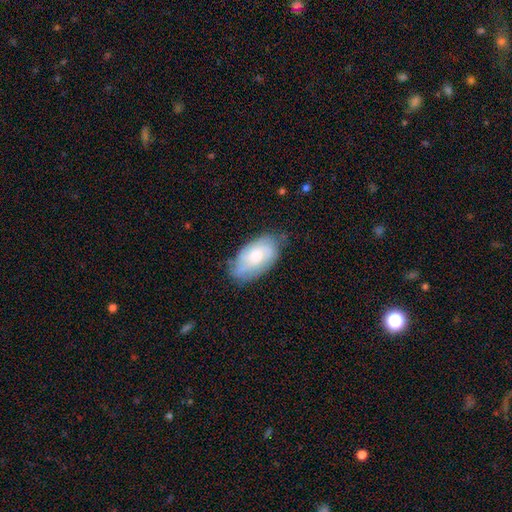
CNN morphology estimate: smooth_or_featured: featured or disk (p=0.49) [alt: smooth p=0.44]
merging: none (p=0.69) [alt: minor disturbance p=0.24]